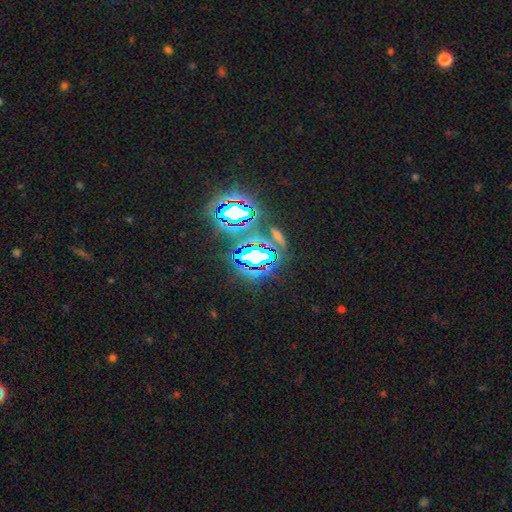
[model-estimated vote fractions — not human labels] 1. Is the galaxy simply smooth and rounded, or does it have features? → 72% star or artifact, 15% smooth, 12% featured or disk.